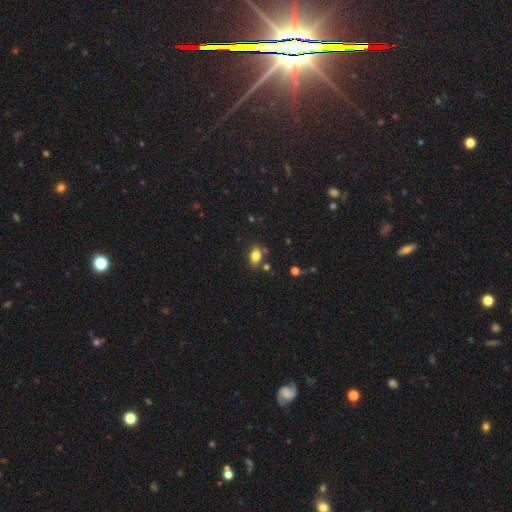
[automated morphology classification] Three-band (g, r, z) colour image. It shows a smooth galaxy with no disk features (80%) that is in between round and cigar-shaped (82%). Merging: none (77%).